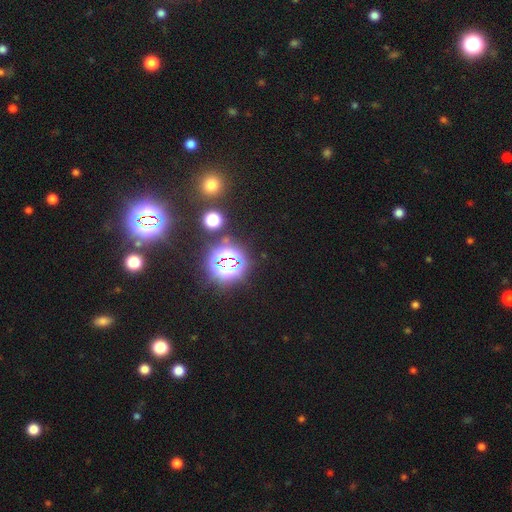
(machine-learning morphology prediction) Q: Smooth or featured?
A: star or artifact (77%); runner-up: smooth (17%)